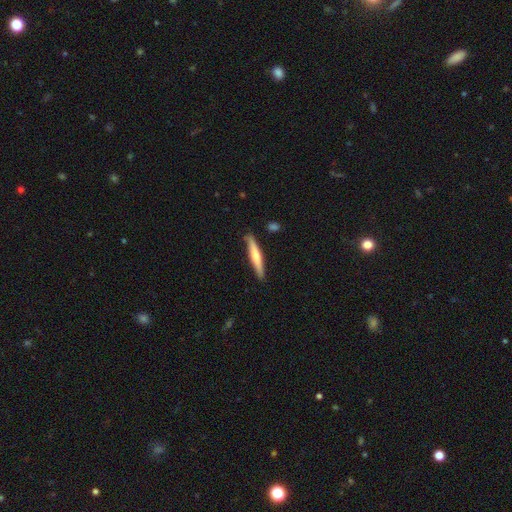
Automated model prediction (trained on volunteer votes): This appears to be a smooth galaxy with no disk features (53%) that is cigar-shaped (92%). Merging: none (87%).